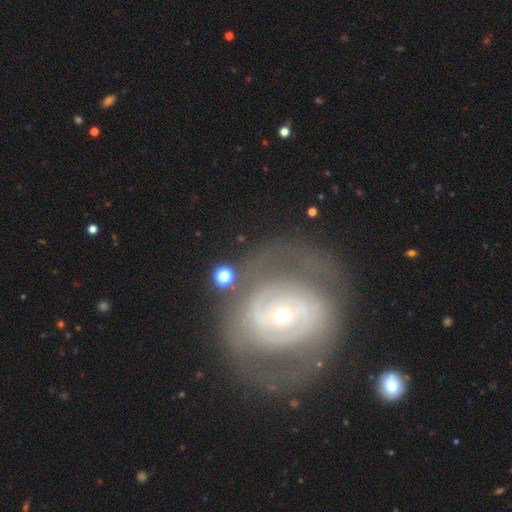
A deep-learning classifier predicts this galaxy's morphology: A featured or disk galaxy (74%) with no bar (56%), spiral arms (63%) and a small central bulge (69%).

Vote fractions:
- Smooth or featured? featured or disk: 74% / smooth: 19% / star or artifact: 7%
- Edge-on disk? no: 96% / yes: 4%
- Bar? no: 56% / weak: 26% / strong: 18%
- Spiral arms? yes: 63% / no: 37%
- Bulge size? small: 69% / moderate: 26% / large: 3% / dominant: 1% / none: 1%
- Merging? none: 68% / minor disturbance: 15% / major disturbance: 14% / merger: 3%